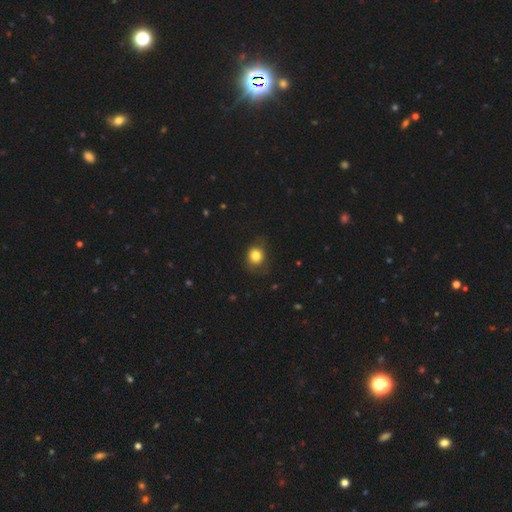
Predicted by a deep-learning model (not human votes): Smooth or featured? Predicted: smooth (p=0.80). How rounded? Predicted: round (p=0.68). Merging? Predicted: none (p=0.69).